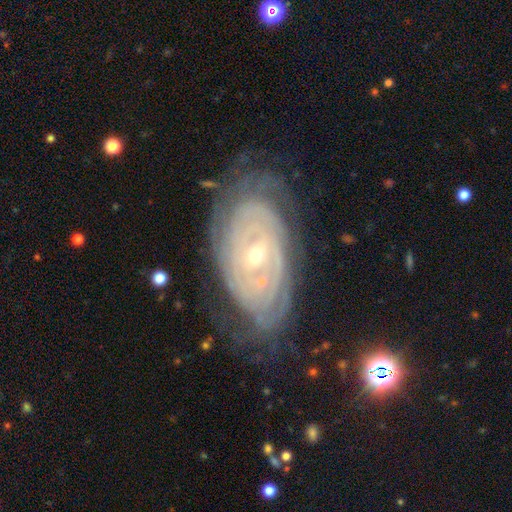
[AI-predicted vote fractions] Smooth or featured? featured or disk (87%)
Edge-on disk? no (95%)
Bar? no (62%)
Spiral arms? yes (95%)
Spiral winding? tight (84%)
Spiral arm count? can't tell (43%)
Bulge size? small (69%)
Merging? none (69%)